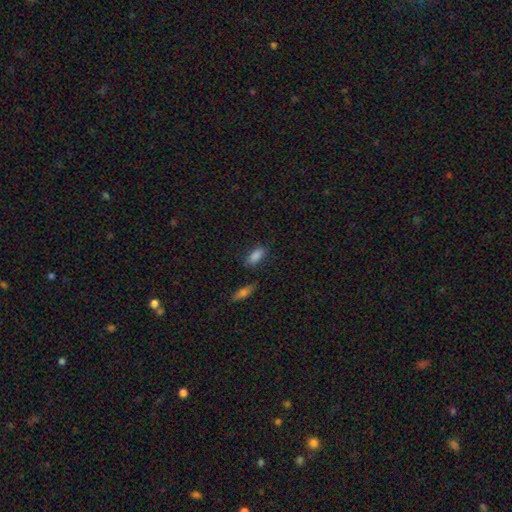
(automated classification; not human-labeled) The model was most divided on "merging": none: 75%, minor disturbance: 16%, merger: 5%, major disturbance: 4%. More confident: how rounded — in between (86%); smooth or featured — smooth (84%).